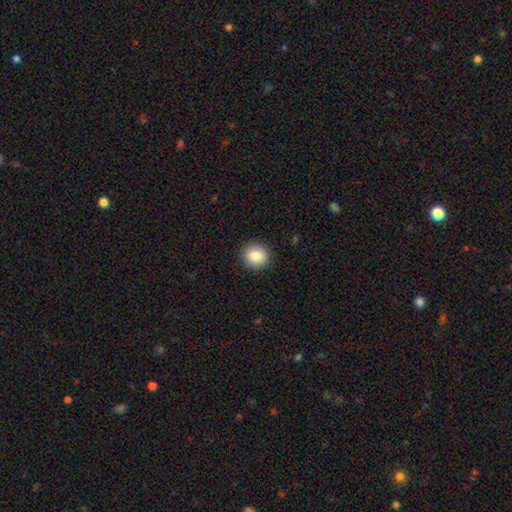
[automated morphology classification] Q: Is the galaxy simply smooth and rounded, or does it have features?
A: smooth — 86%.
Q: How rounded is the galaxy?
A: round — 89%.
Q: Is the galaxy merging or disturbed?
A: none — 92%.